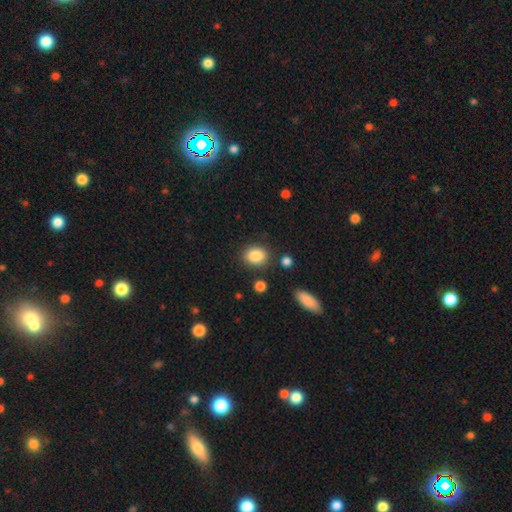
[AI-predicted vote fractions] This appears to be a smooth galaxy with no disk features (86%) that is round (54%). Merging: none (83%).